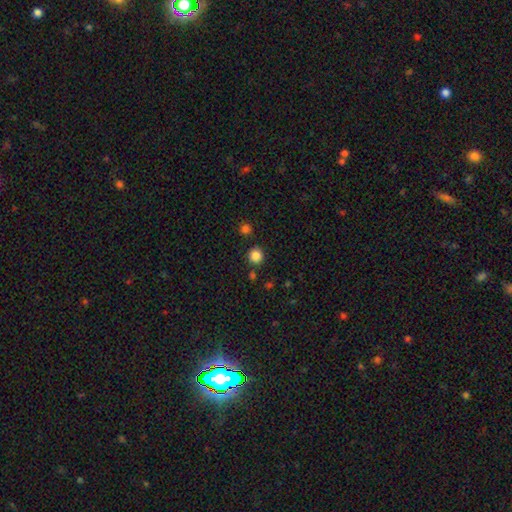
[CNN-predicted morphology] smooth_or_featured: smooth (p=0.85) [alt: star or artifact p=0.12]
how_rounded: round (p=0.92) [alt: in between p=0.07]
merging: none (p=0.86) [alt: minor disturbance p=0.06]